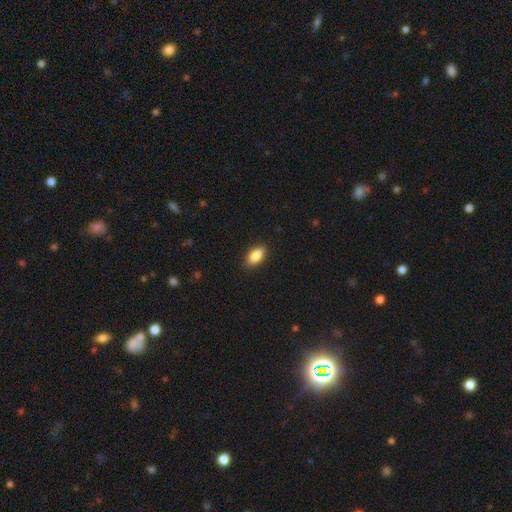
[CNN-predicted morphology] Smooth or featured?
  - smooth: 86% *
  - star or artifact: 7%
  - featured or disk: 7%
How rounded?
  - in between: 90% *
  - cigar-shaped: 6%
  - round: 4%
Merging?
  - none: 88% *
  - minor disturbance: 9%
  - major disturbance: 2%
  - merger: 1%